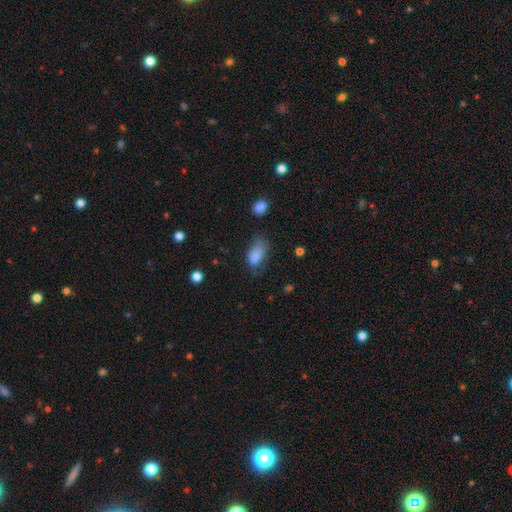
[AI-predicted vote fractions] smooth 83%, star or artifact 9%, featured or disk 9%. Down the decision tree: how rounded — in between (91%); merging — none (42%).